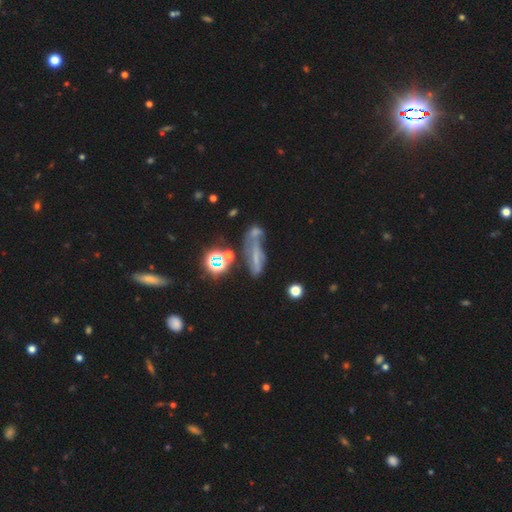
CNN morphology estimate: Smooth or featured? Predicted: smooth (p=0.35, tied with featured or disk). Merging? Predicted: none (p=0.36).